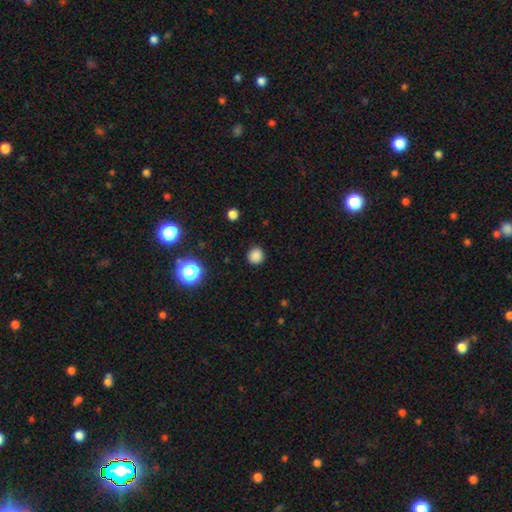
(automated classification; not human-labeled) smooth 85%, star or artifact 12%, featured or disk 3%. Down the decision tree: how rounded — round (94%); merging — none (91%).